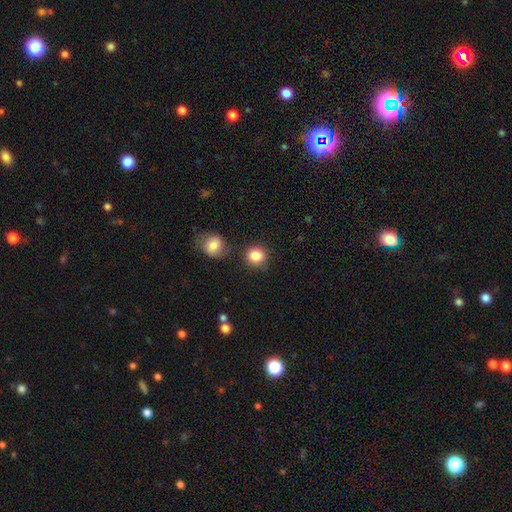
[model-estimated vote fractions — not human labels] smooth_or_featured: smooth (p=0.86) [alt: star or artifact p=0.09]
how_rounded: round (p=0.87) [alt: in between p=0.12]
merging: none (p=0.79) [alt: minor disturbance p=0.10]